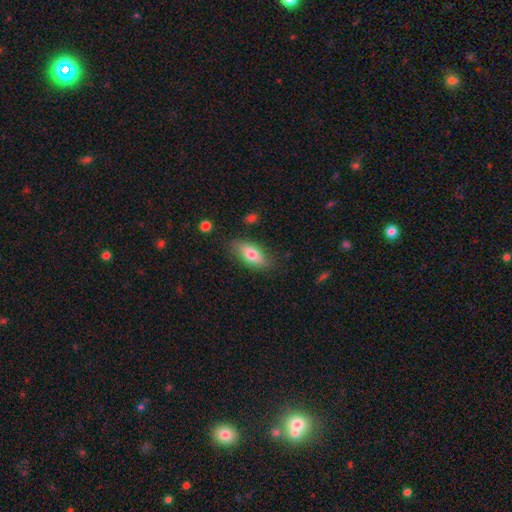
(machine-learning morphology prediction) A smooth galaxy with no disk features (71%) that is in between round and cigar-shaped (81%). Merging: none (83%).